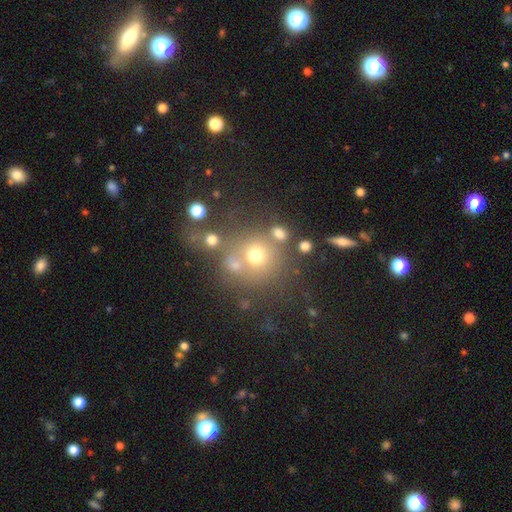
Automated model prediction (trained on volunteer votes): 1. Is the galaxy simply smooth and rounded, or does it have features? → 66% smooth, 20% star or artifact, 14% featured or disk.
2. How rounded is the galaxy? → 88% round, 11% in between, 1% cigar-shaped.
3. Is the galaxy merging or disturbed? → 61% none, 21% merger, 12% minor disturbance, 7% major disturbance.